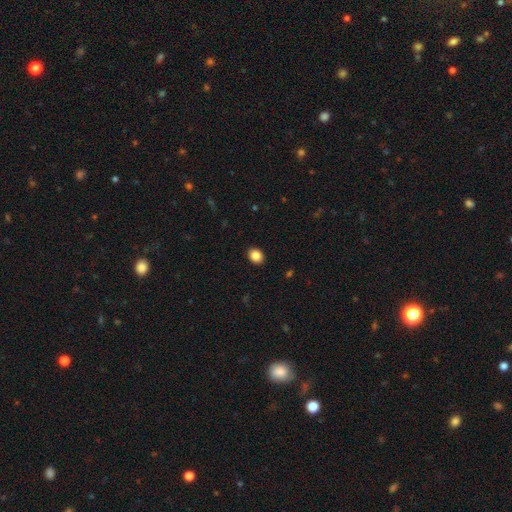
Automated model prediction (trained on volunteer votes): This appears to be a smooth galaxy with no disk features (87%) that is in between round and cigar-shaped (54%). Merging: none (91%).